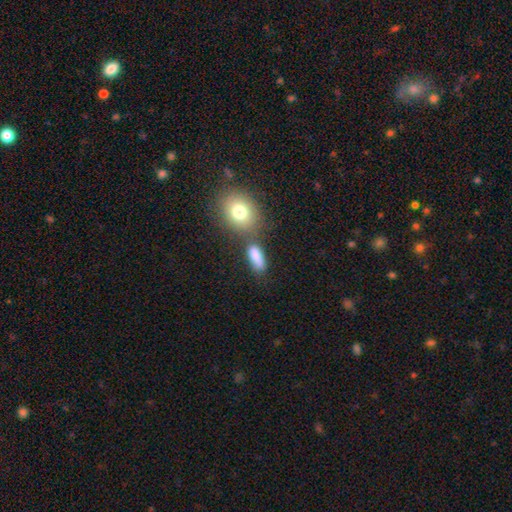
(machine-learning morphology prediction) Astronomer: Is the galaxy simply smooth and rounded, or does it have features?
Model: smooth — 82%.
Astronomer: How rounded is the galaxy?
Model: in between — 73%.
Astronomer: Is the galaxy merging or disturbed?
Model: none — 60%.